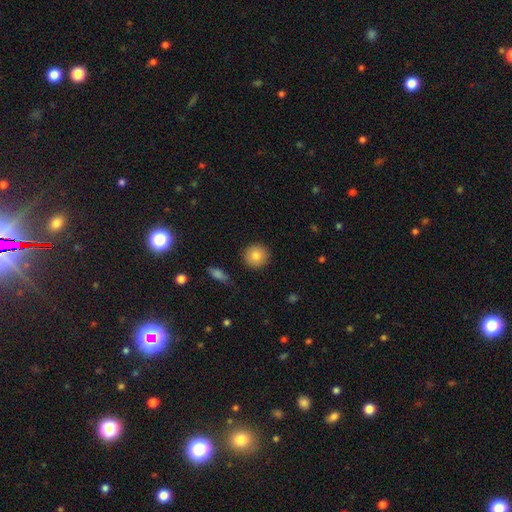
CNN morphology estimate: smooth 83%, featured or disk 8%, star or artifact 8%. Down the decision tree: how rounded — round (93%); merging — none (90%).